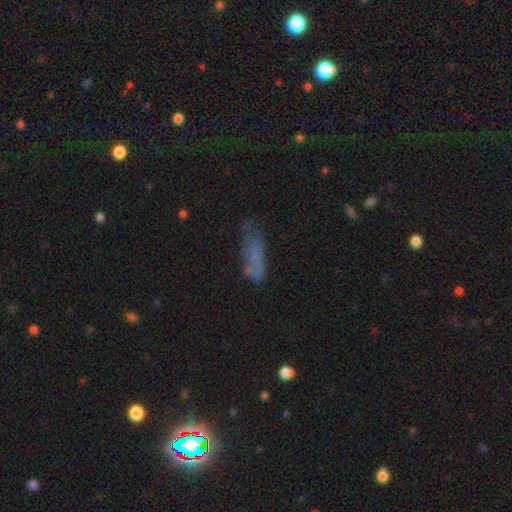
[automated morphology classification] A smooth galaxy with no disk features (59%) that is cigar-shaped (55%). Merging: none (43%).